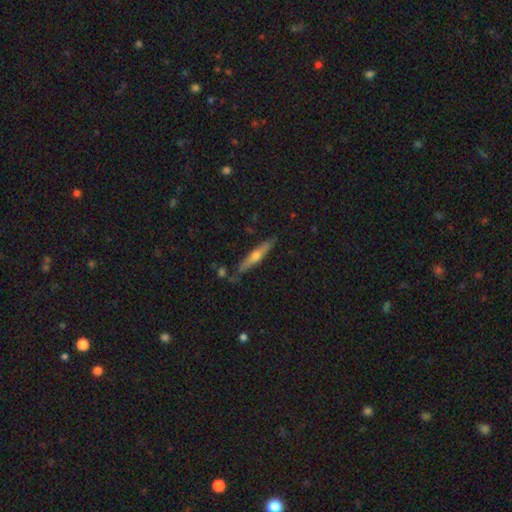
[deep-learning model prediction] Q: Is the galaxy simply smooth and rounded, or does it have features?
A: featured or disk — 55%.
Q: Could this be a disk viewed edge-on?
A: yes — 92%.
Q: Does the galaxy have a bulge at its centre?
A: rounded — 84%.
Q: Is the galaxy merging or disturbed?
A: none — 80%.